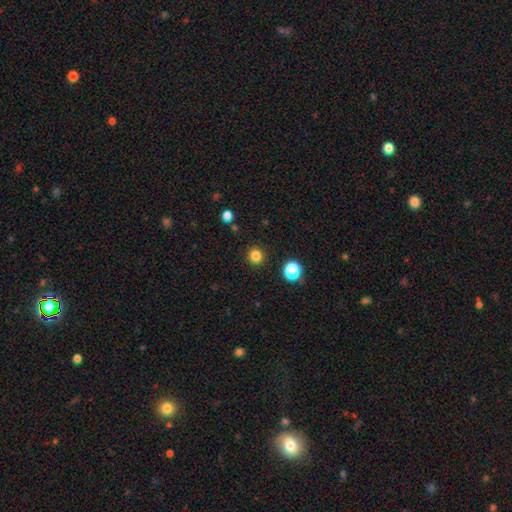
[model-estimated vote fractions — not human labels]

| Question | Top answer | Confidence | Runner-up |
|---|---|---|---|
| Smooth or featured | smooth | 83% | star or artifact (13%) |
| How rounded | round | 94% | in between (5%) |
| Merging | none | 92% | minor disturbance (5%) |